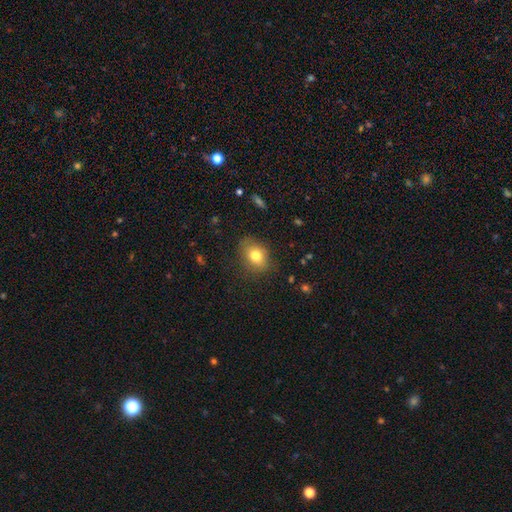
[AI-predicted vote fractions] Smooth or featured? smooth (77%)
How rounded? in between (64%)
Merging? none (78%)